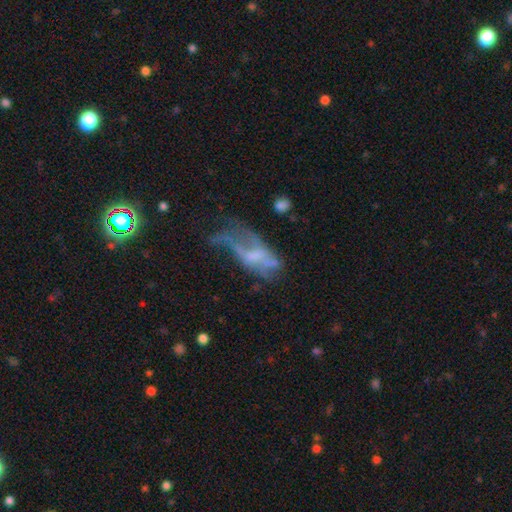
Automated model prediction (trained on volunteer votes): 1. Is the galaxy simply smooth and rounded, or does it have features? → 59% featured or disk, 27% smooth, 14% star or artifact.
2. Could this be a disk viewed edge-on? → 90% no, 10% yes.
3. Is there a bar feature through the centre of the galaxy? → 66% no, 26% weak, 8% strong.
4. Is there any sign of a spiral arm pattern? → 67% no, 33% yes.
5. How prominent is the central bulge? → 49% none, 25% small, 20% moderate, 4% large, 1% dominant.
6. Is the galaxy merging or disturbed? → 48% major disturbance, 23% none, 18% minor disturbance, 11% merger.